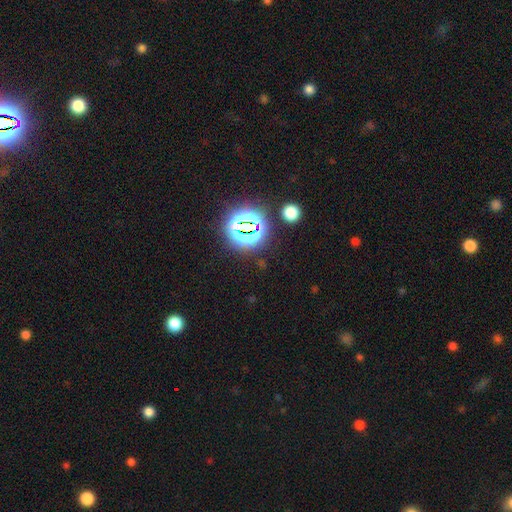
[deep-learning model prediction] star or artifact 83%, smooth 11%, featured or disk 6%.